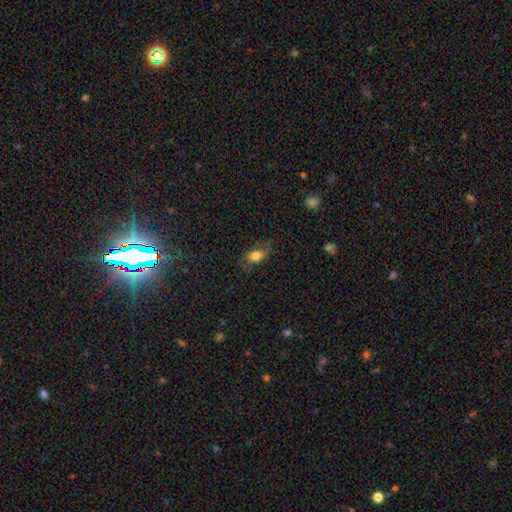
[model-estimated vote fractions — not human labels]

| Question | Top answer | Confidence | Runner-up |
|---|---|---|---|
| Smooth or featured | smooth | 71% | featured or disk (19%) |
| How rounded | in between | 84% | round (9%) |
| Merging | none | 71% | minor disturbance (20%) |